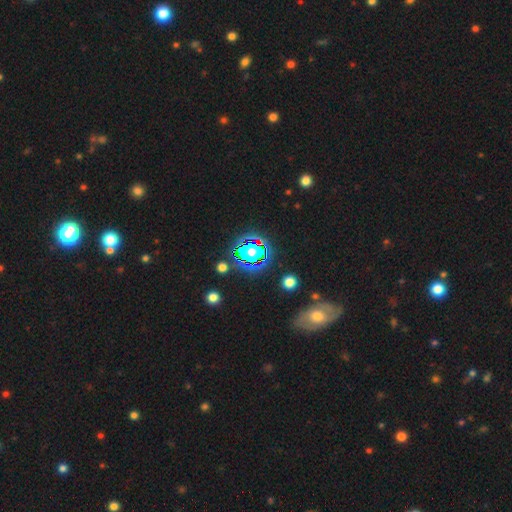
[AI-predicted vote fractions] Morphology: type=star or artifact (58%).